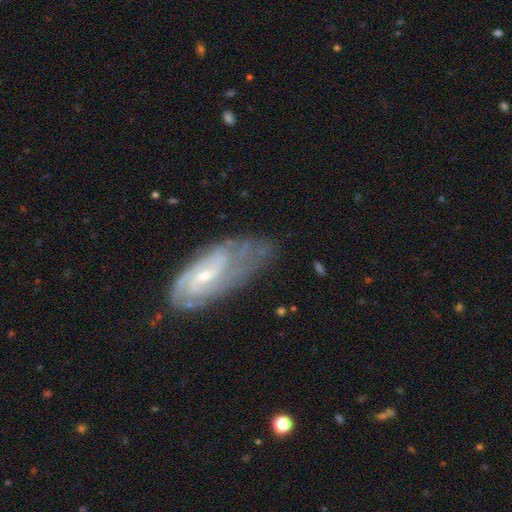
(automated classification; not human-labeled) A featured or disk galaxy (79%) with no bar (46%), tight (53%) spiral arms (92%) and a small central bulge (65%).

Vote fractions:
- Smooth or featured? featured or disk: 79% / smooth: 14% / star or artifact: 7%
- Edge-on disk? no: 91% / yes: 9%
- Bar? no: 46% / weak: 44% / strong: 10%
- Spiral arms? yes: 92% / no: 8%
- Spiral winding? tight: 53% / medium: 36% / loose: 11%
- Spiral arm count? can't tell: 40% / 2: 30% / 3: 14% / 4: 7% / 1: 5% / more than 4: 4%
- Bulge size? small: 65% / moderate: 30% / none: 2% / large: 1% / dominant: 1%
- Merging? none: 57% / minor disturbance: 27% / major disturbance: 13% / merger: 3%